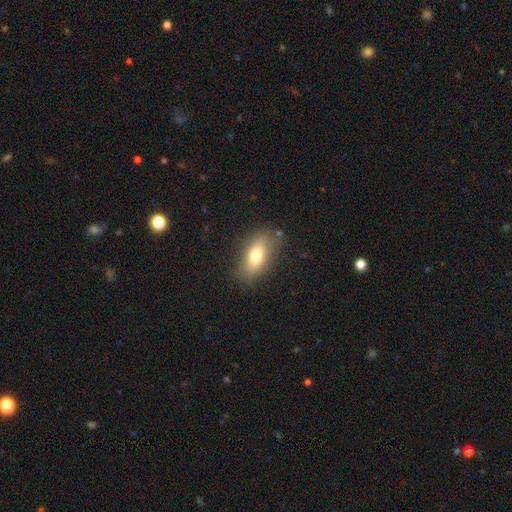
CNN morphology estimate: smooth 73%, featured or disk 19%, star or artifact 8%. Down the decision tree: how rounded — in between (81%); merging — none (80%).